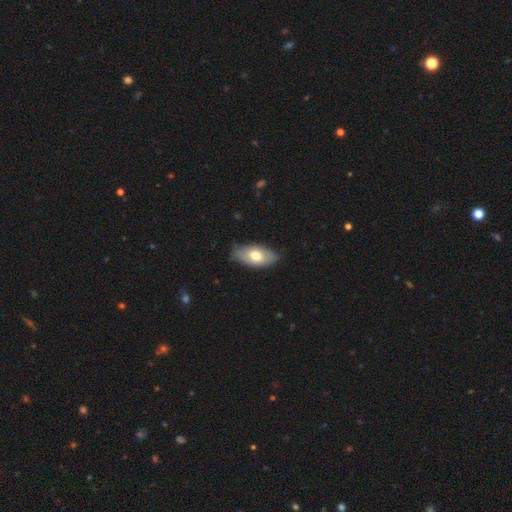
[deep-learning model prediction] The model was most divided on "smooth or featured": smooth: 60%, featured or disk: 34%, star or artifact: 6%. More confident: how rounded — in between (93%); merging — none (73%).